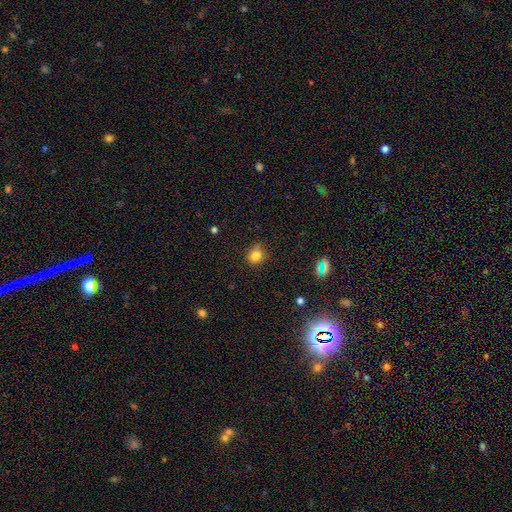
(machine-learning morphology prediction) Smooth or featured: smooth — 80% (star or artifact — 14%)
How rounded: round — 77% (in between — 22%)
Merging: none — 73% (minor disturbance — 20%)